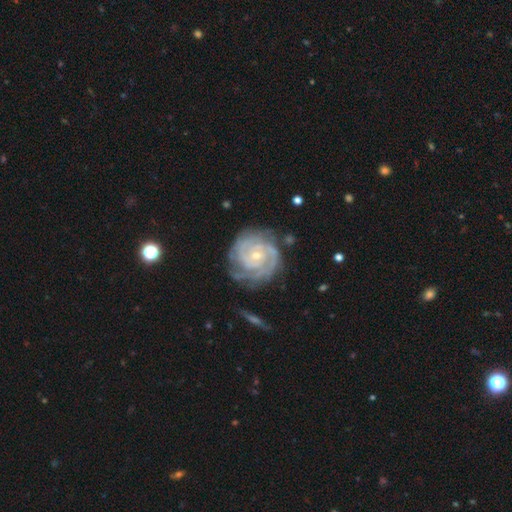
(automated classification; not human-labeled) This is clearly a featured or disk galaxy (89%). It is clearly not viewed edge-on (98%). Bar: likely no (70%). Spiral arm pattern: clearly yes (97%). Spiral arm count: marginally 2 (27%). Spiral winding: likely tight (78%). Central bulge: likely small (73%). Merging: likely none (70%).